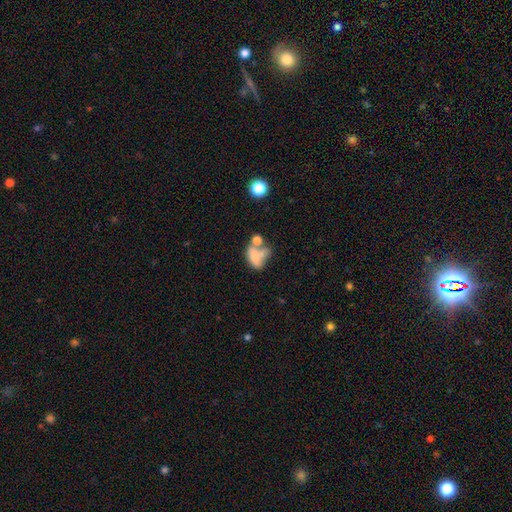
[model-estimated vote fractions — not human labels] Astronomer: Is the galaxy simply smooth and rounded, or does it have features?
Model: smooth — 59%.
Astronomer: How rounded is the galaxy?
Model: in between — 77%.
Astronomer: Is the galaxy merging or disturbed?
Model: merger — 45% (runner-up: major disturbance, 22%).